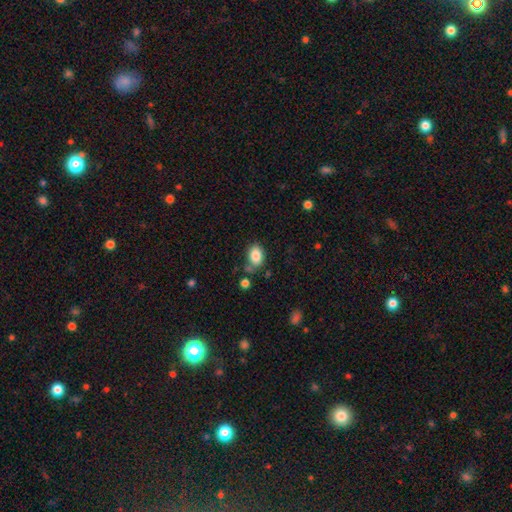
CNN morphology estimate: type=smooth (85%); roundness=in between (83%); merging=none (69%).